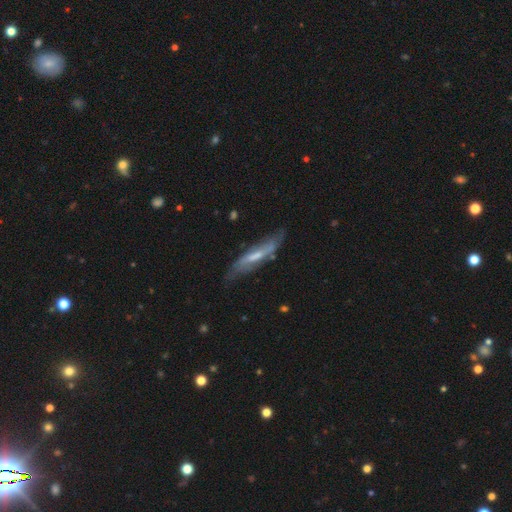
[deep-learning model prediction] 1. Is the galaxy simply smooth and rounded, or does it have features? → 62% featured or disk, 32% smooth, 6% star or artifact.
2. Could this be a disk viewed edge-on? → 54% yes, 46% no.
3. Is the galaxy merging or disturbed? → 66% none, 24% minor disturbance, 8% major disturbance, 3% merger.